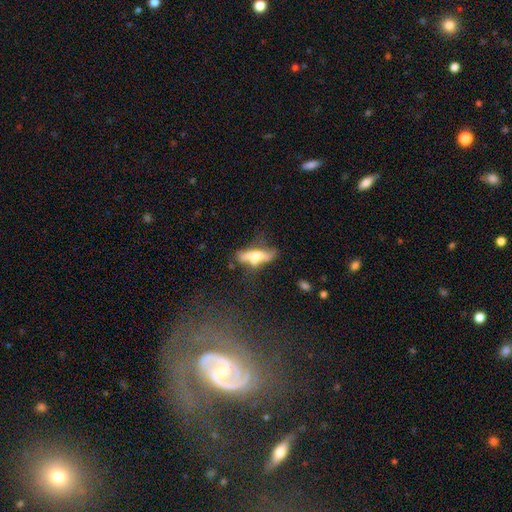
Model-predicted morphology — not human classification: Smooth or featured: smooth — 47% (featured or disk — 44%)
Merging: none — 38% (minor disturbance — 24%)